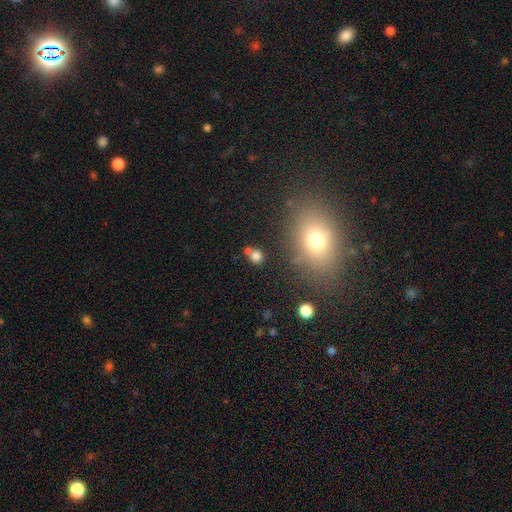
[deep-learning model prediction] Smooth or featured? Predicted: smooth (p=0.77). How rounded? Predicted: round (p=0.79). Merging? Predicted: none (p=0.61).